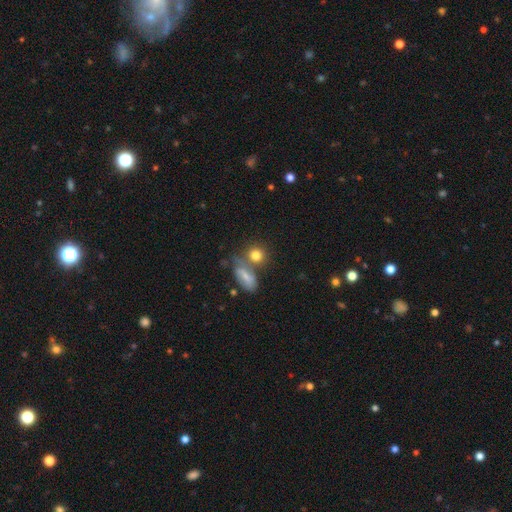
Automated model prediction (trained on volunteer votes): smooth_or_featured: smooth (p=0.78) [alt: featured or disk p=0.12]
how_rounded: round (p=0.75) [alt: in between p=0.22]
merging: none (p=0.54) [alt: merger p=0.29]